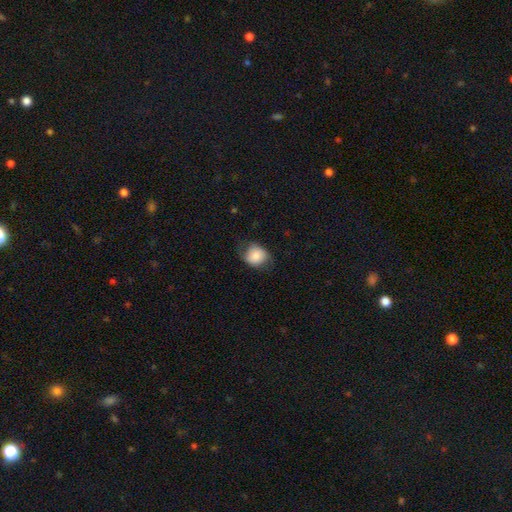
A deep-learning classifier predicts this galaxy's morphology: Overall: smooth (78%). How rounded: round (62%; in between 37%). Merging: none (61%; minor disturbance 28%).